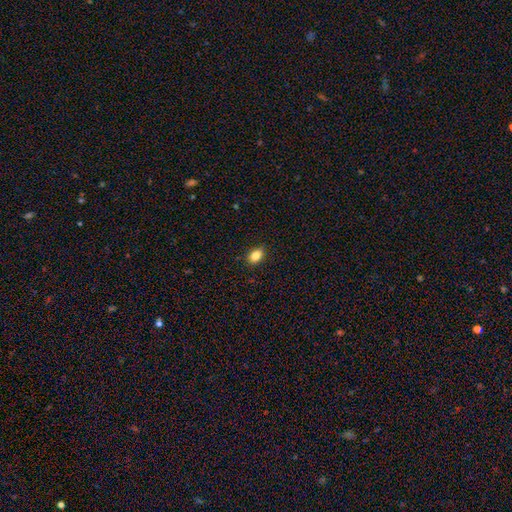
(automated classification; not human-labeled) smooth 85%, star or artifact 10%, featured or disk 6%. Down the decision tree: how rounded — in between (78%); merging — none (88%).